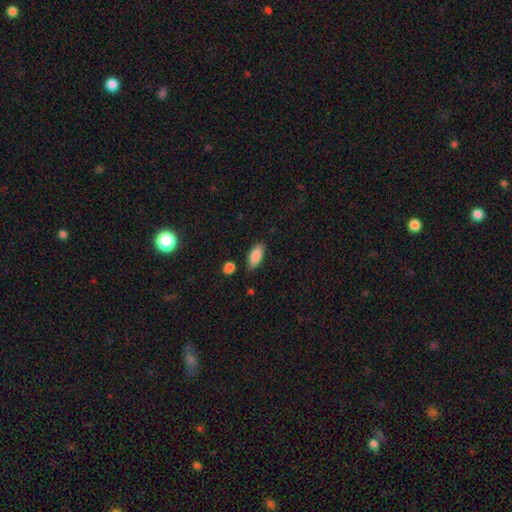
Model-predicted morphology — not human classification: A smooth galaxy with no disk features (86%) that is in between round and cigar-shaped (82%).

Vote fractions:
- Smooth or featured? smooth: 86% / featured or disk: 8% / star or artifact: 6%
- How rounded? in between: 82% / cigar-shaped: 15% / round: 2%
- Merging? none: 82% / minor disturbance: 12% / merger: 3% / major disturbance: 3%